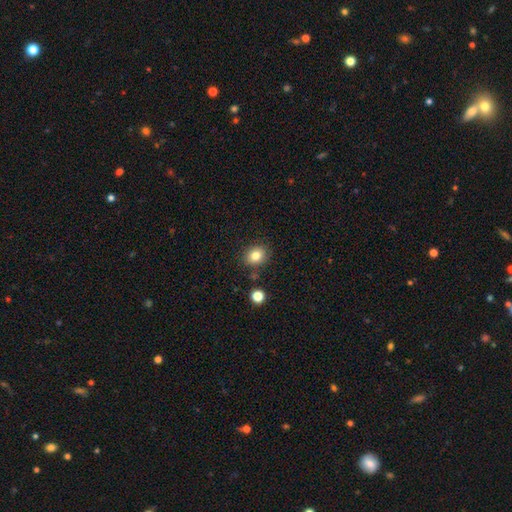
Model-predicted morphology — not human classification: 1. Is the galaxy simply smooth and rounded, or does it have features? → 82% smooth, 11% star or artifact, 7% featured or disk.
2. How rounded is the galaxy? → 60% round, 39% in between, 1% cigar-shaped.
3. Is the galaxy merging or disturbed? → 83% none, 10% minor disturbance, 4% merger, 3% major disturbance.